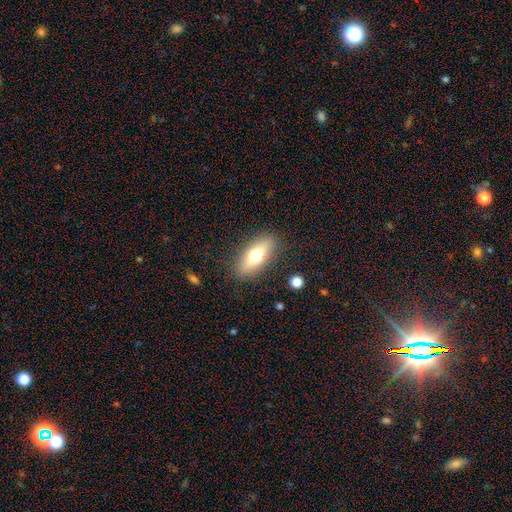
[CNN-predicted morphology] A smooth galaxy with no disk features (66%) that is in between round and cigar-shaped (71%).

Vote fractions:
- Smooth or featured? smooth: 66% / featured or disk: 27% / star or artifact: 8%
- How rounded? in between: 71% / cigar-shaped: 26% / round: 4%
- Merging? none: 85% / minor disturbance: 10% / major disturbance: 3% / merger: 1%